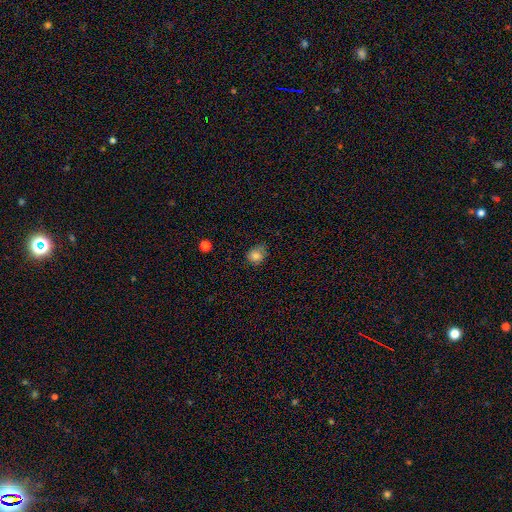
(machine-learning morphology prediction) type=smooth (82%); roundness=round (68%); merging=none (66%).